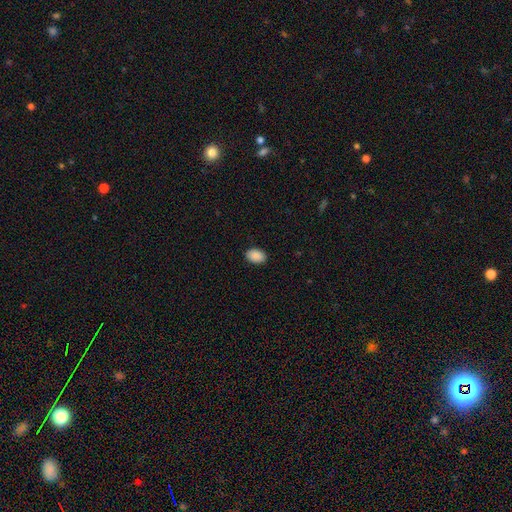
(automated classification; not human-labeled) smooth 90%, star or artifact 7%, featured or disk 3%. Down the decision tree: how rounded — in between (82%); merging — none (89%).